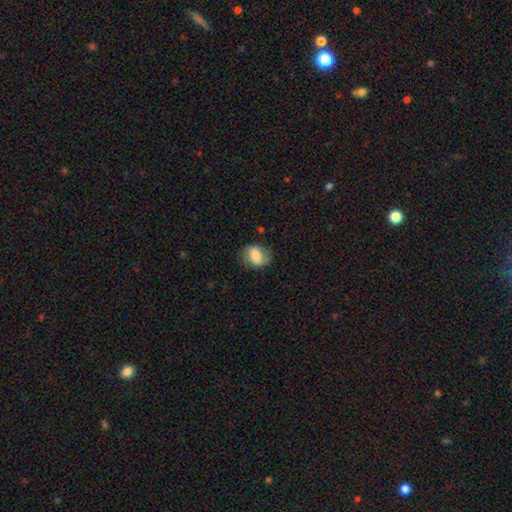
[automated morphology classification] Q: Smooth or featured?
A: smooth (66%); runner-up: featured or disk (26%)
Q: How rounded?
A: in between (61%); runner-up: round (38%)
Q: Merging?
A: none (58%); runner-up: minor disturbance (27%)